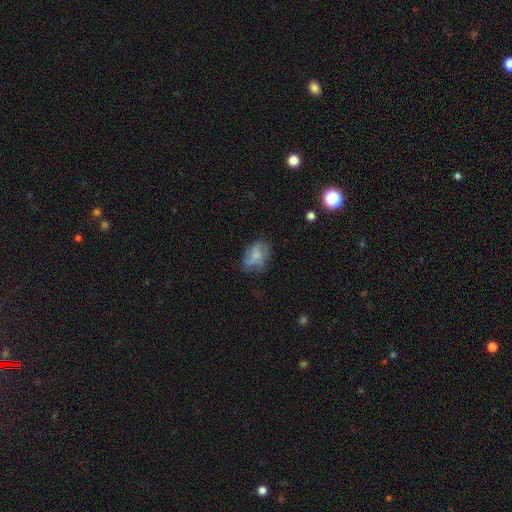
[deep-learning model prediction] This appears to be a smooth galaxy with no disk features (60%) that is in between round and cigar-shaped (76%). Merging: none (51%).